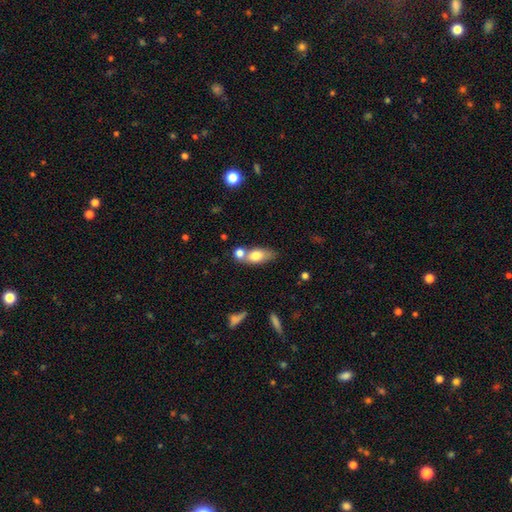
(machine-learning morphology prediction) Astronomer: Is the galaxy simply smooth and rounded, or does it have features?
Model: smooth — 73%.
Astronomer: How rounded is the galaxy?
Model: in between — 76%.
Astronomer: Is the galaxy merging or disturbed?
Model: none — 44% (runner-up: merger, 38%).